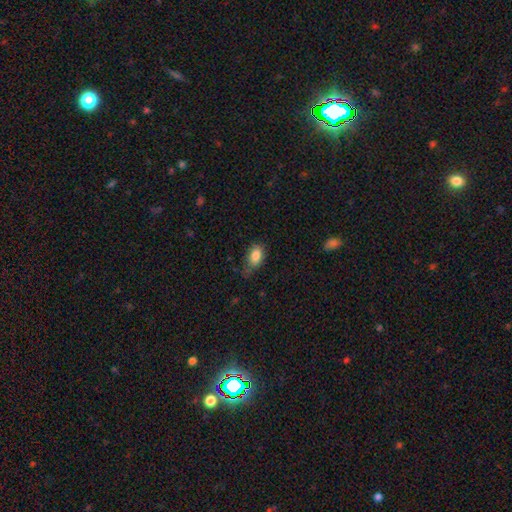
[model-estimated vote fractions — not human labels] Q: Smooth or featured?
A: smooth (84%); runner-up: featured or disk (8%)
Q: How rounded?
A: in between (89%); runner-up: round (9%)
Q: Merging?
A: none (59%); runner-up: minor disturbance (31%)